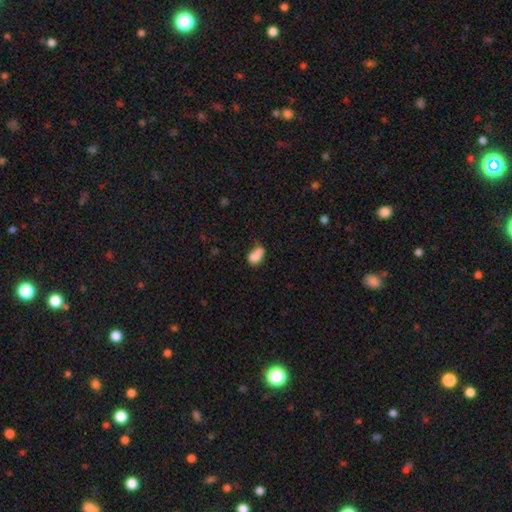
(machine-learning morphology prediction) Q: Smooth or featured?
A: smooth (78%); runner-up: featured or disk (12%)
Q: How rounded?
A: in between (81%); runner-up: round (16%)
Q: Merging?
A: merger (33%); runner-up: none (31%)